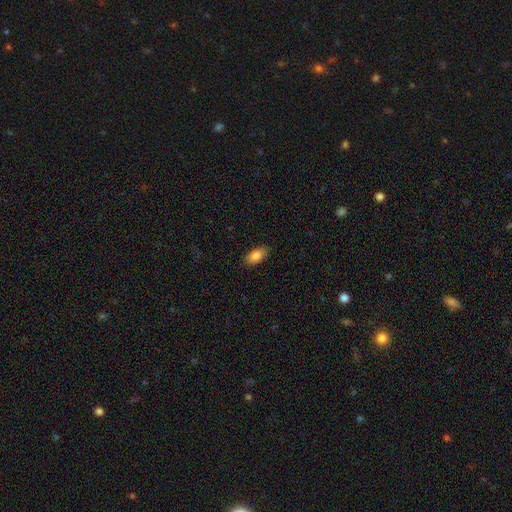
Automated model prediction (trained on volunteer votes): A smooth galaxy with no disk features (86%) that is in between round and cigar-shaped (92%).

Vote fractions:
- Smooth or featured? smooth: 86% / star or artifact: 7% / featured or disk: 7%
- How rounded? in between: 92% / cigar-shaped: 4% / round: 3%
- Merging? none: 86% / minor disturbance: 11% / major disturbance: 2% / merger: 1%